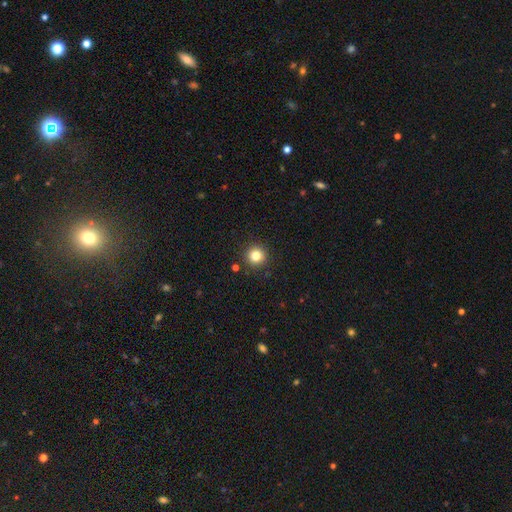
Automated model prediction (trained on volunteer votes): smooth-or-featured: smooth: 82% | star or artifact: 12% | featured or disk: 6%
  how-rounded: round: 95% | in between: 4% | cigar-shaped: 1%
  merging: none: 90% | minor disturbance: 6% | major disturbance: 2% | merger: 2%